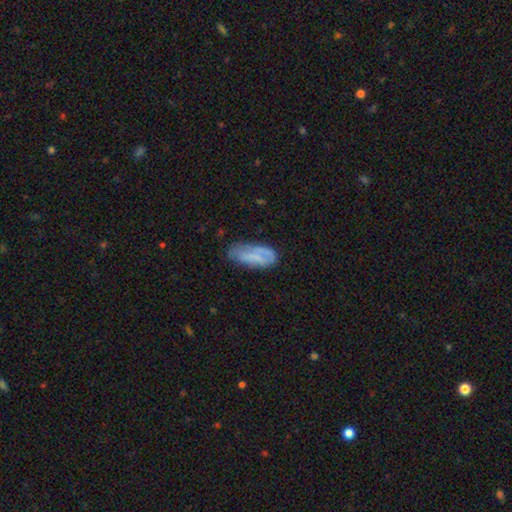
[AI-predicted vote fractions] smooth 59%, featured or disk 32%, star or artifact 8%. Down the decision tree: how rounded — in between (76%); merging — none (52%).